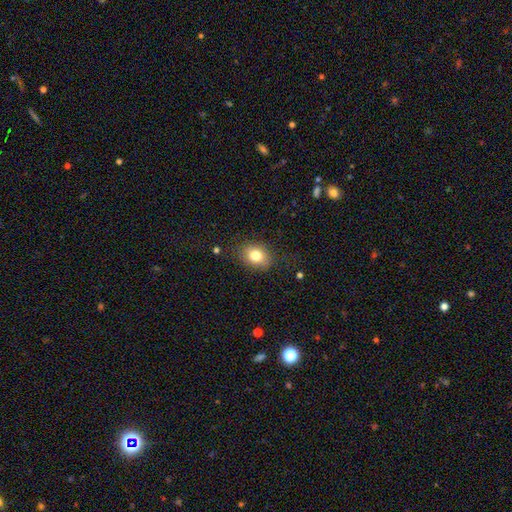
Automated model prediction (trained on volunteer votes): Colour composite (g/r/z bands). It shows a smooth galaxy with no disk features (80%) that is in between round and cigar-shaped (65%). Merging: none (82%).